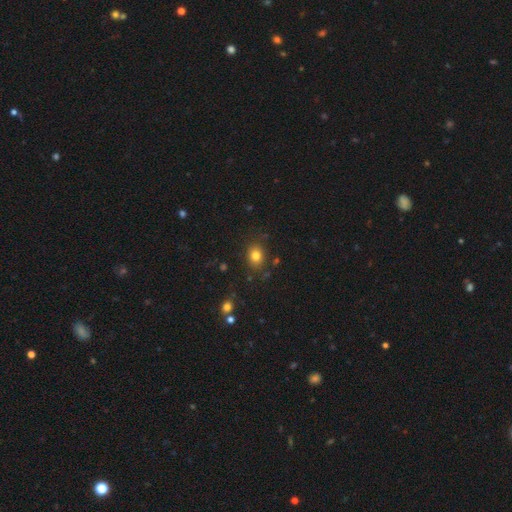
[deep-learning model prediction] Smooth or featured? Predicted: smooth (p=0.80). How rounded? Predicted: in between (p=0.50). Merging? Predicted: none (p=0.82).